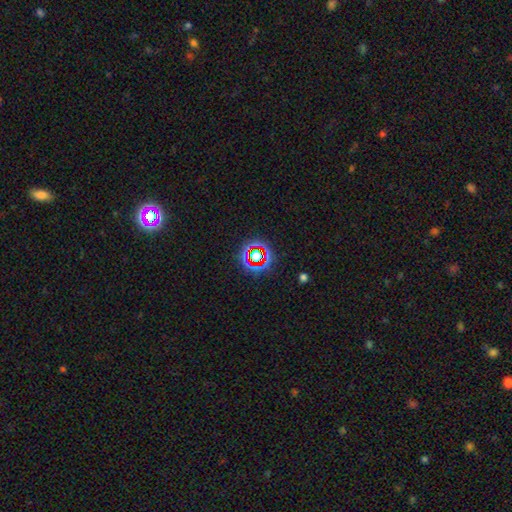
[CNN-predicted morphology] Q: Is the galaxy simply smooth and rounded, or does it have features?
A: star or artifact — 69%.